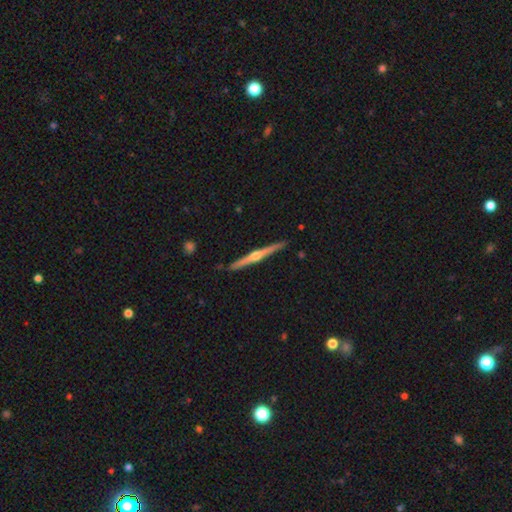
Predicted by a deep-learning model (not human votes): Overall: featured or disk (82%). Edge-on disk: yes (99%). Edge-on bulge: rounded (93%). Merging: none (92%).